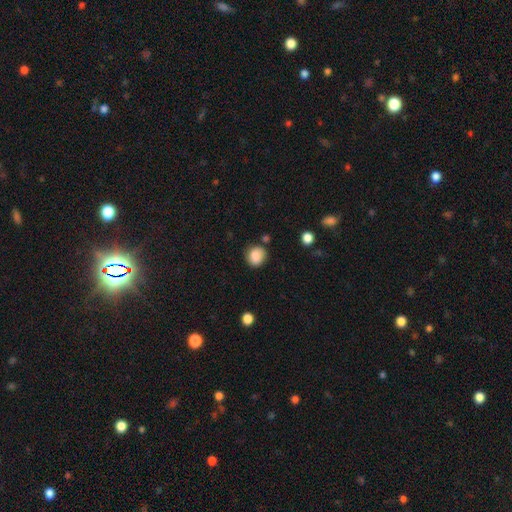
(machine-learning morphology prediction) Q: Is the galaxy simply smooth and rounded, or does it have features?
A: smooth — 86%.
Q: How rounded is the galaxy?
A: round — 79%.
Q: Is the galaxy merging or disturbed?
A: none — 78%.